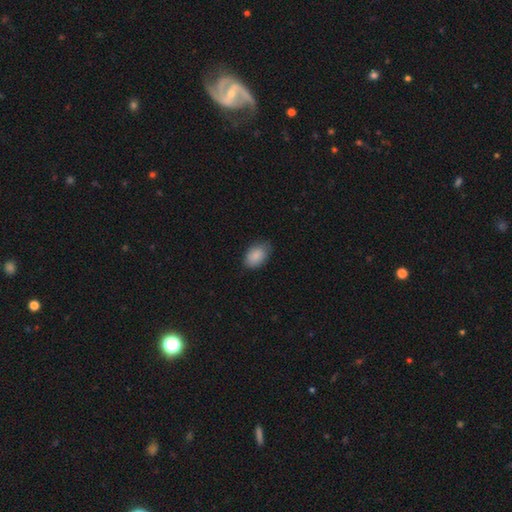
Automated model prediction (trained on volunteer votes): Morphology: type=smooth (88%); roundness=in between (88%); merging=none (76%).